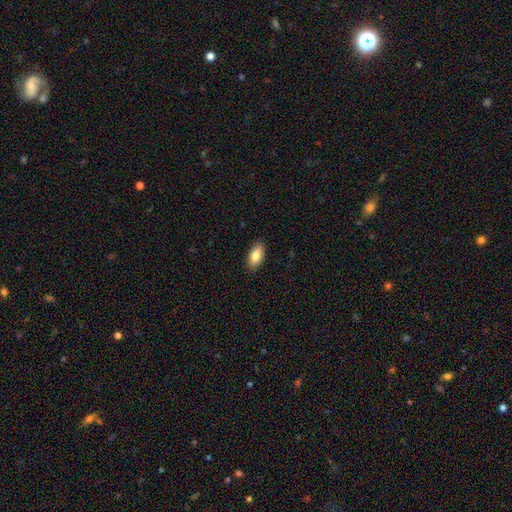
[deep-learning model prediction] Smooth or featured? Predicted: smooth (p=0.83). How rounded? Predicted: in between (p=0.91). Merging? Predicted: none (p=0.88).